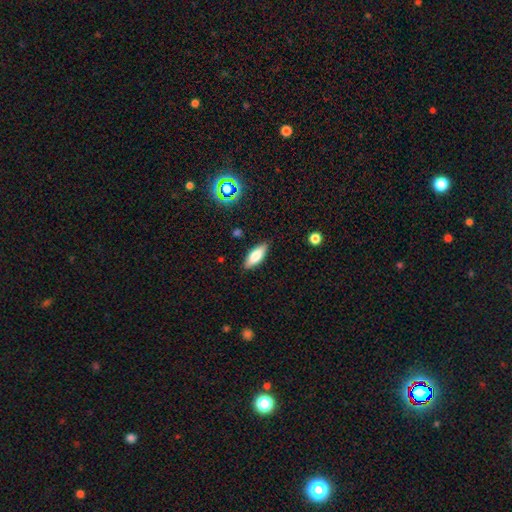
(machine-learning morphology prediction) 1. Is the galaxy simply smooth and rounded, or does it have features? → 76% smooth, 17% featured or disk, 7% star or artifact.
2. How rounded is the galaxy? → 68% in between, 29% cigar-shaped, 2% round.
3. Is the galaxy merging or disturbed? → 86% none, 10% minor disturbance, 2% major disturbance, 1% merger.